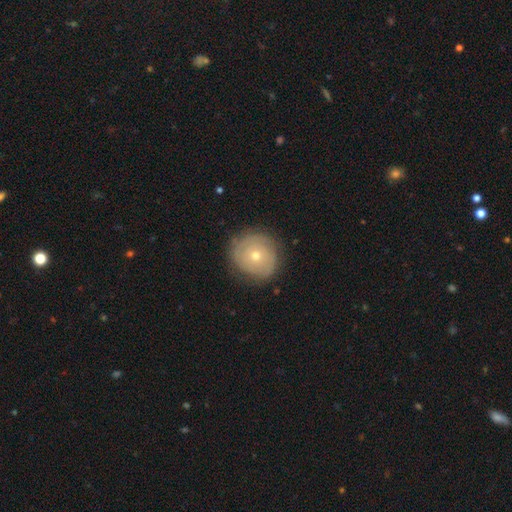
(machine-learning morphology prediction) smooth-or-featured: featured or disk: 46% | smooth: 45% | star or artifact: 9%
  merging: none: 83% | minor disturbance: 12% | major disturbance: 4% | merger: 1%